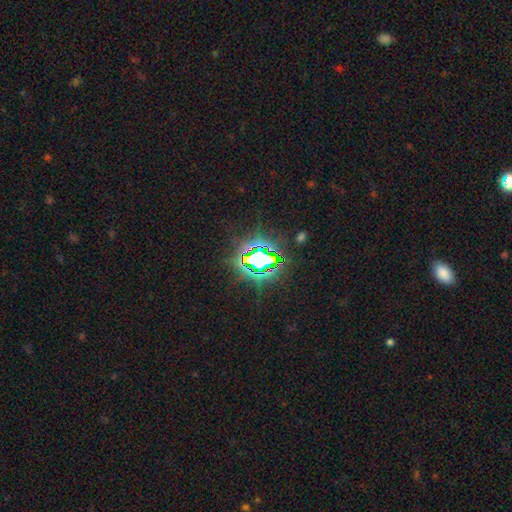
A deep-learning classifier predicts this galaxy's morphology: A star or artifact, not a galaxy (83%).

Vote fractions:
- Smooth or featured? star or artifact: 83% / smooth: 11% / featured or disk: 6%